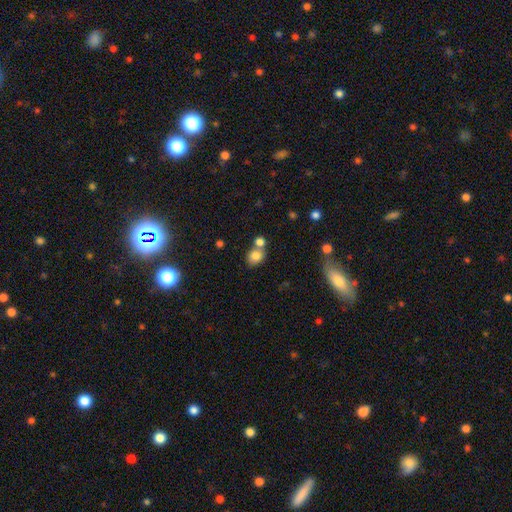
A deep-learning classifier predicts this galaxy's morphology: This appears to be a smooth galaxy with no disk features (81%) that is round (52%). Merging: none (49%).